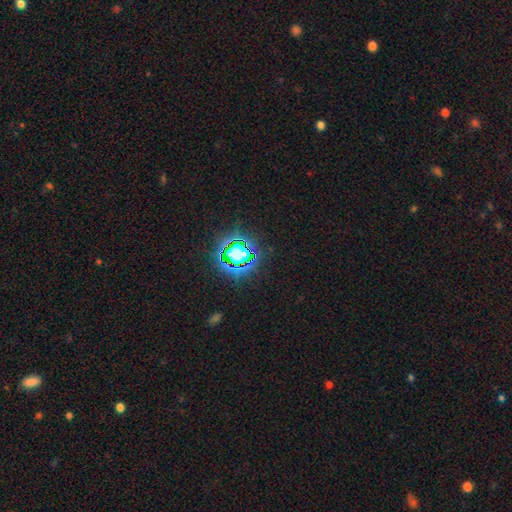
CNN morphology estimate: smooth-or-featured: star or artifact: 79% | smooth: 14% | featured or disk: 7%